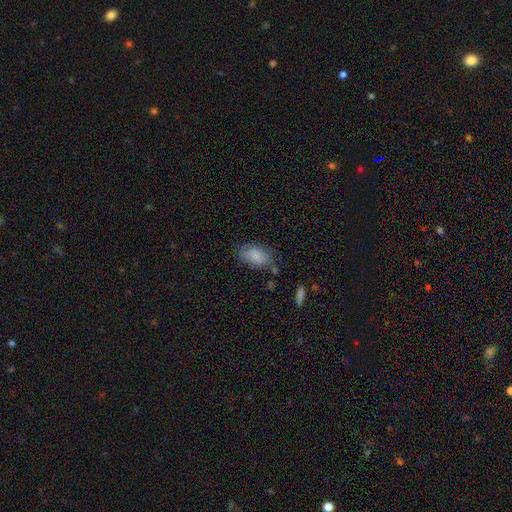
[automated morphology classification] Overall: smooth (83%). How rounded: in between (92%). Merging: none (66%).